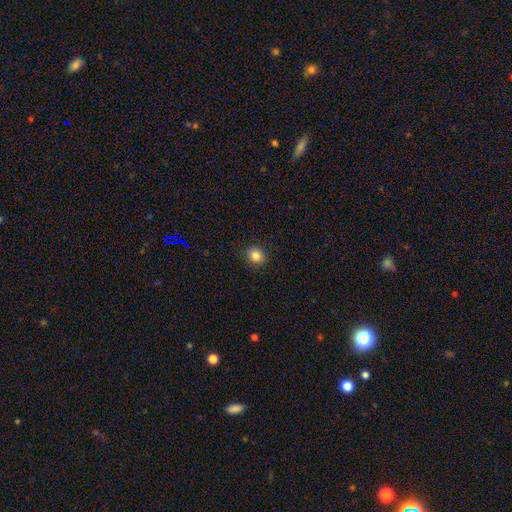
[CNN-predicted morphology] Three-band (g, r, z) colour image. It shows a smooth galaxy with no disk features (83%) that is round (75%). Merging: none (89%).